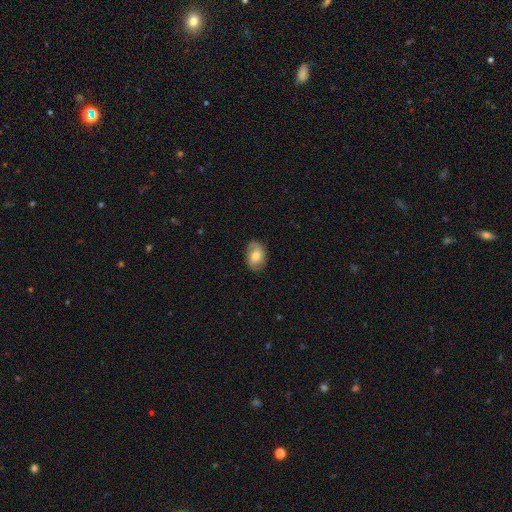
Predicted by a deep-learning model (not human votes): This appears to be a smooth galaxy with no disk features (51%) that is in between round and cigar-shaped (77%). Merging: none (77%).